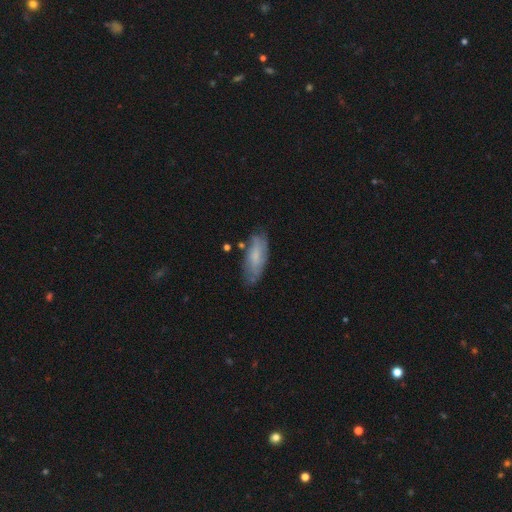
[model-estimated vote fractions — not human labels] Smooth or featured: smooth — 56% (featured or disk — 37%)
How rounded: in between — 71% (cigar-shaped — 27%)
Merging: none — 67% (minor disturbance — 24%)